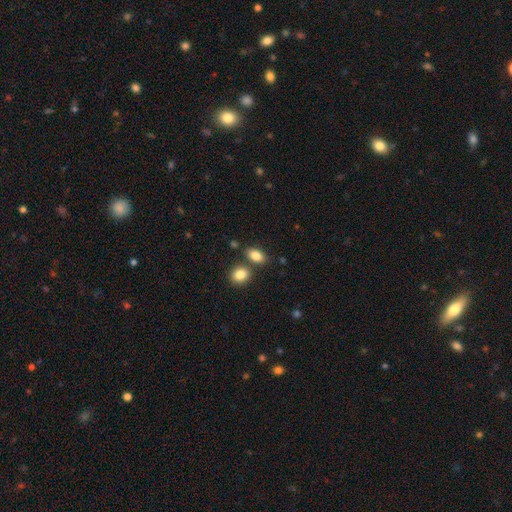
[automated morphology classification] Smooth or featured? smooth (85%)
How rounded? in between (83%)
Merging? none (68%)